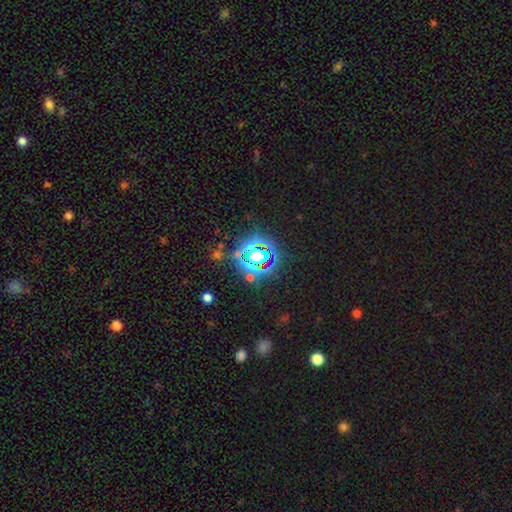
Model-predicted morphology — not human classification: Smooth or featured?
  - star or artifact: 70% *
  - smooth: 20%
  - featured or disk: 10%